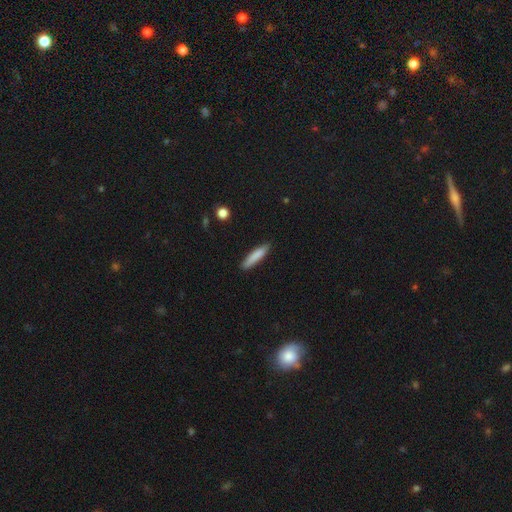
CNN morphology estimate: Smooth or featured?
  - smooth: 82% *
  - featured or disk: 12%
  - star or artifact: 6%
How rounded?
  - cigar-shaped: 88% *
  - in between: 11%
  - round: 1%
Merging?
  - none: 87% *
  - minor disturbance: 10%
  - major disturbance: 2%
  - merger: 1%